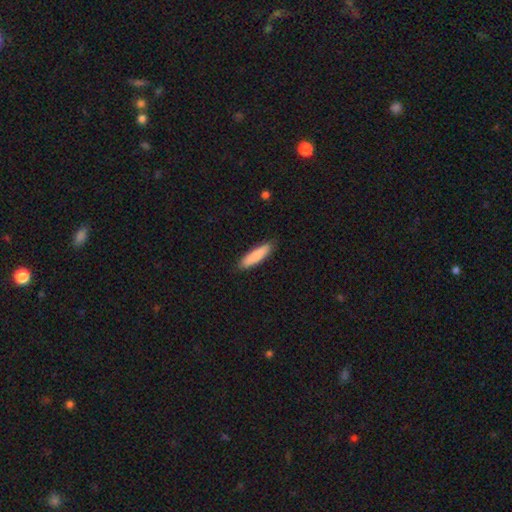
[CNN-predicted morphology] A smooth galaxy with no disk features (86%) that is cigar-shaped (77%).

Vote fractions:
- Smooth or featured? smooth: 86% / featured or disk: 9% / star or artifact: 5%
- How rounded? cigar-shaped: 77% / in between: 22% / round: 1%
- Merging? none: 89% / minor disturbance: 9% / major disturbance: 2% / merger: 1%